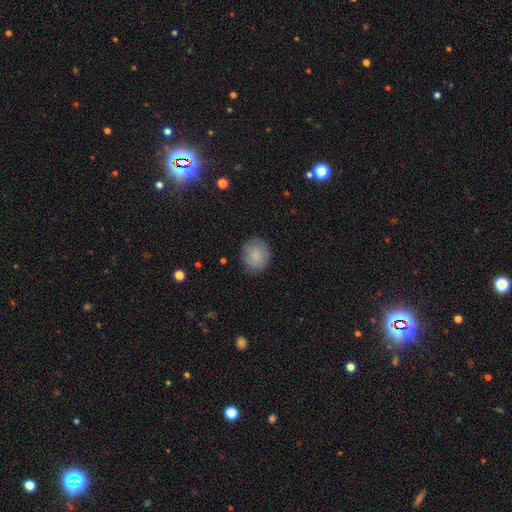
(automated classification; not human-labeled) A smooth galaxy with no disk features (85%) that is round (65%).

Vote fractions:
- Smooth or featured? smooth: 85% / featured or disk: 7% / star or artifact: 7%
- How rounded? round: 65% / in between: 34% / cigar-shaped: 1%
- Merging? none: 84% / minor disturbance: 12% / major disturbance: 3% / merger: 1%